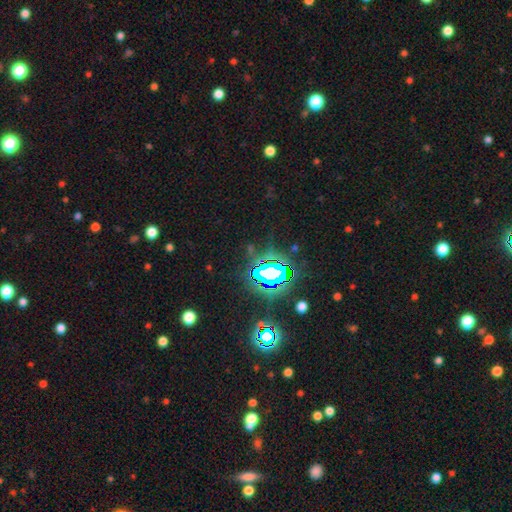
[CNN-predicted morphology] type=star or artifact (81%).